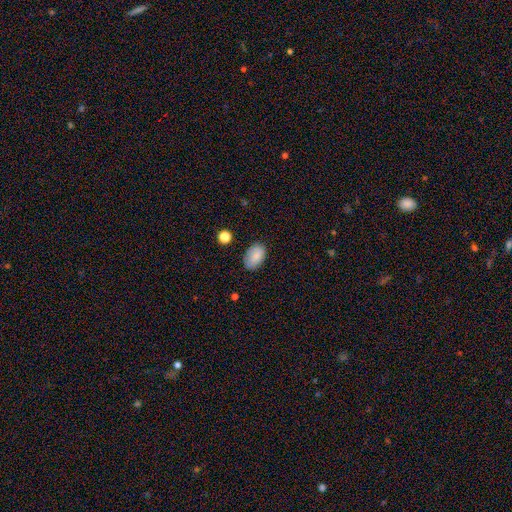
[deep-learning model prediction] This appears to be a smooth galaxy with no disk features (86%) that is in between round and cigar-shaped (90%). Merging: none (81%).